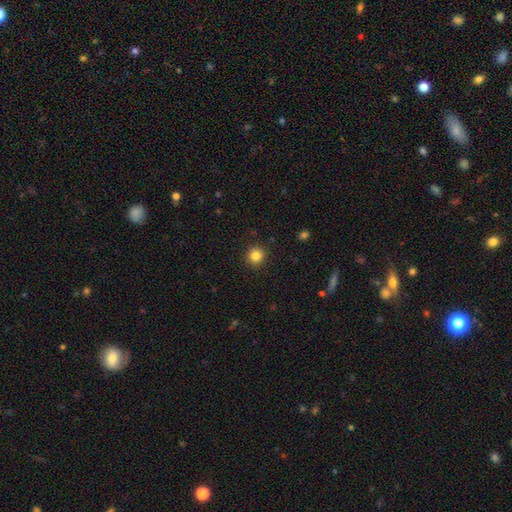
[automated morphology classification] Smooth or featured?
  - smooth: 84% *
  - star or artifact: 11%
  - featured or disk: 5%
How rounded?
  - round: 94% *
  - in between: 5%
  - cigar-shaped: 1%
Merging?
  - none: 92% *
  - minor disturbance: 5%
  - major disturbance: 2%
  - merger: 1%